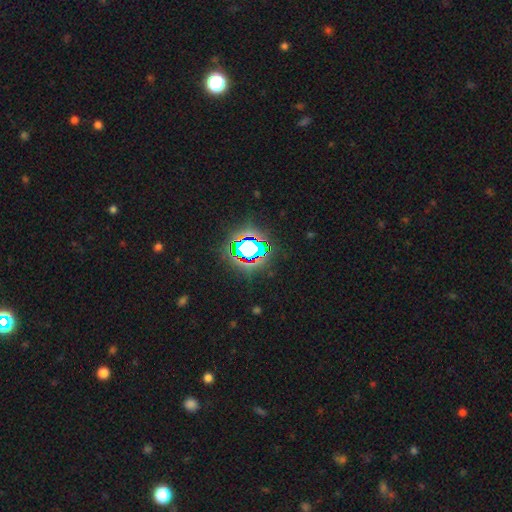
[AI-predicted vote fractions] Smooth or featured? star or artifact (75%)